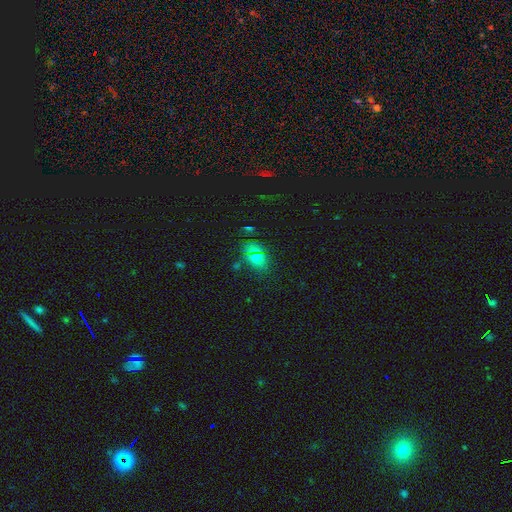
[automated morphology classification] Smooth or featured: smooth — 66% (star or artifact — 25%)
How rounded: in between — 75% (round — 22%)
Merging: none — 77% (minor disturbance — 14%)